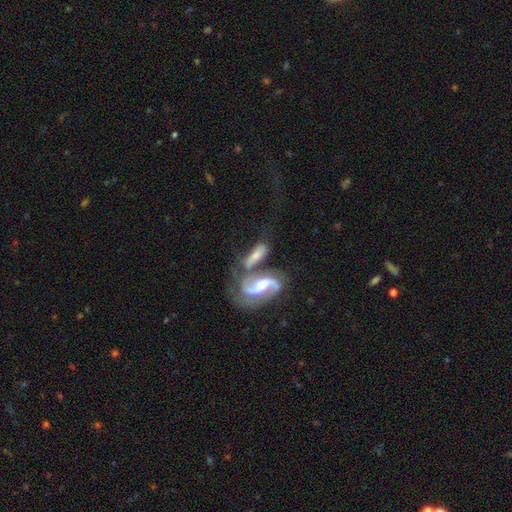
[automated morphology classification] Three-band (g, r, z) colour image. It shows a featured or disk galaxy (60%) with a weak bar (41%), spiral arms (88%) and a moderate central bulge (50%). Merging: merger (47%).